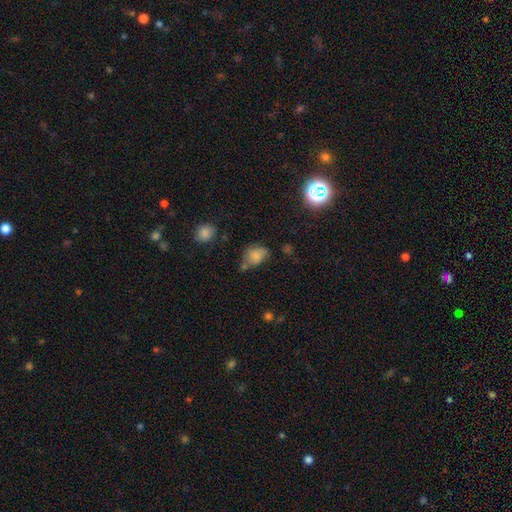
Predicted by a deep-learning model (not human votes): Morphology: type=smooth (73%); roundness=in between (69%); merging=none (45%).